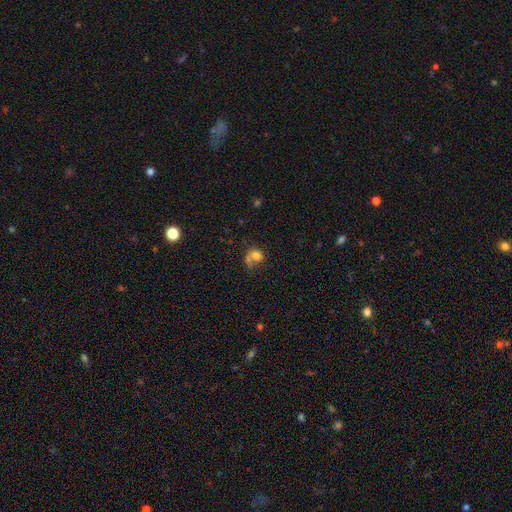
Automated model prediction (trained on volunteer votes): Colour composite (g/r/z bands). It shows a smooth galaxy with no disk features (65%) that is round (56%). Merging: none (31%).